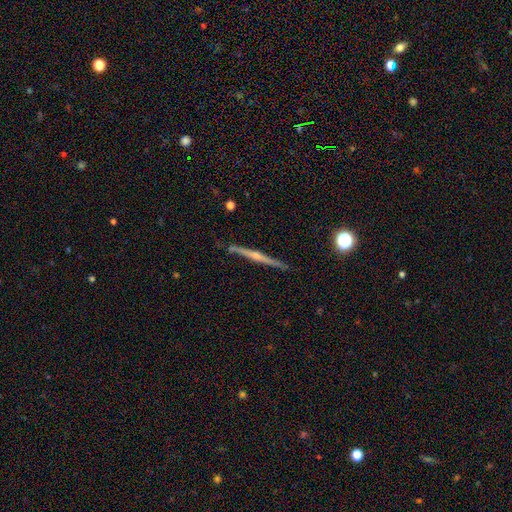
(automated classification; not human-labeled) featured or disk 79%, smooth 15%, star or artifact 6%. Down the decision tree: edge-on disk — yes (98%); edge-on bulge — rounded (78%); merging — none (89%).